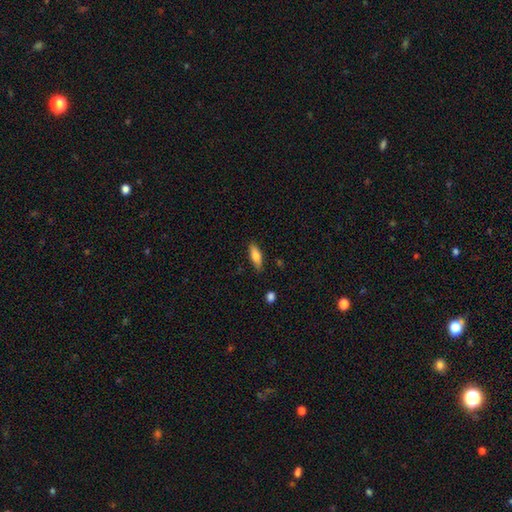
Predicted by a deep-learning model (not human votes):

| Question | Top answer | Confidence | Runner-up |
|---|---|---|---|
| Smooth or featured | smooth | 76% | featured or disk (17%) |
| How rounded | in between | 56% | cigar-shaped (41%) |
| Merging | none | 84% | minor disturbance (12%) |